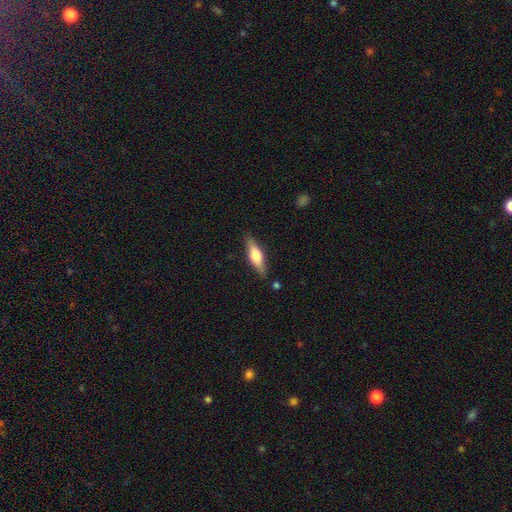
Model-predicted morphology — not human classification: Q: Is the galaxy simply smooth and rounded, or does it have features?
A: smooth — 48%.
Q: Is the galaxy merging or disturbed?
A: none — 85%.